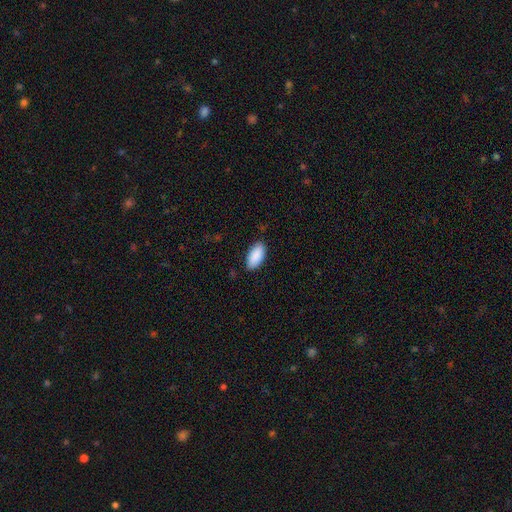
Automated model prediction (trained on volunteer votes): This is clearly a smooth galaxy (91%). How rounded: clearly in between (94%). Merging: clearly none (86%).